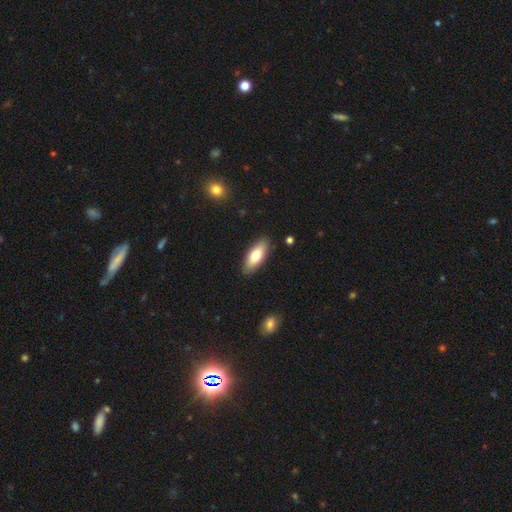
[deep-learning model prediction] A smooth galaxy with no disk features (74%) that is in between round and cigar-shaped (75%). Merging: none (88%).